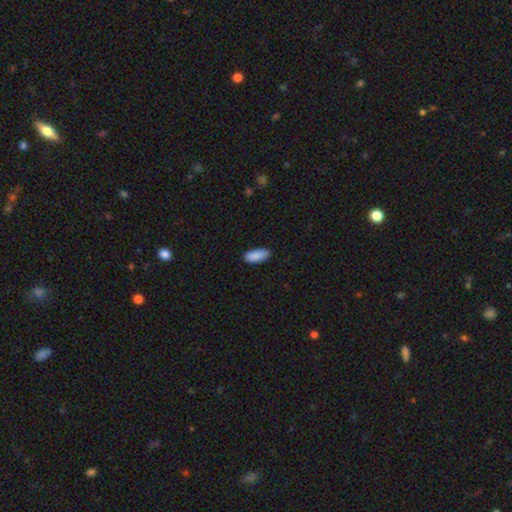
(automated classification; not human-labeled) The model was most divided on "how rounded": in between: 82%, cigar-shaped: 16%, round: 2%. More confident: smooth or featured — smooth (90%); merging — none (85%).